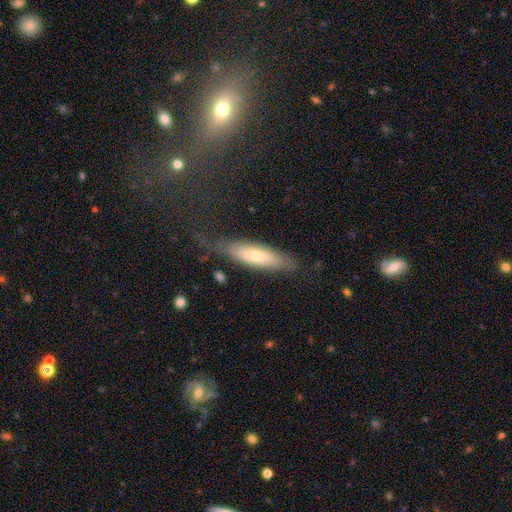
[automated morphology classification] Smooth or featured? Predicted: smooth (p=0.61). How rounded? Predicted: cigar-shaped (p=0.61). Merging? Predicted: none (p=0.64).